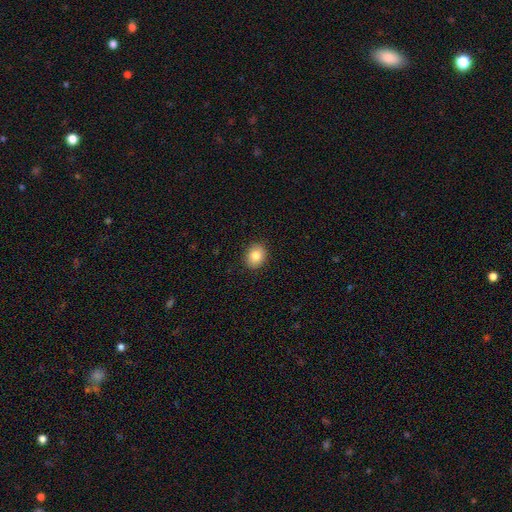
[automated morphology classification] Smooth or featured?
  - smooth: 84% *
  - star or artifact: 9%
  - featured or disk: 7%
How rounded?
  - round: 56% *
  - in between: 43%
  - cigar-shaped: 1%
Merging?
  - none: 91% *
  - minor disturbance: 7%
  - major disturbance: 2%
  - merger: 1%